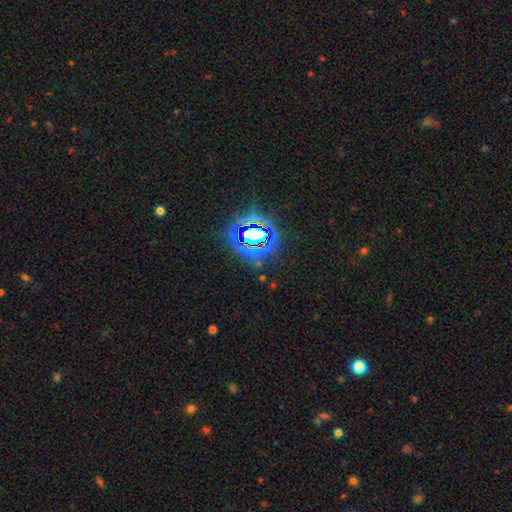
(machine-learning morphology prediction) star or artifact 82%, smooth 11%, featured or disk 7%.